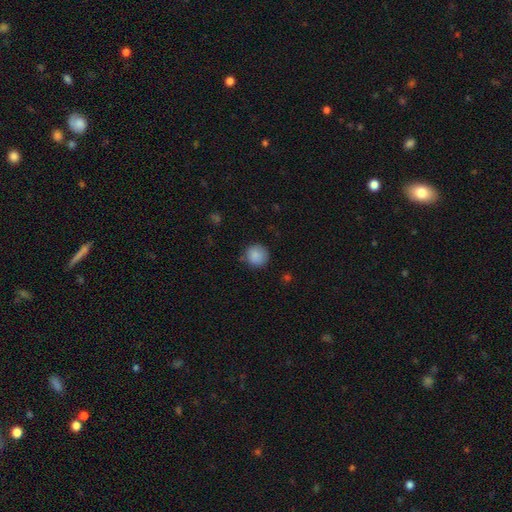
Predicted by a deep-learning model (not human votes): Smooth or featured? Predicted: smooth (p=0.88). How rounded? Predicted: round (p=0.92). Merging? Predicted: none (p=0.83).